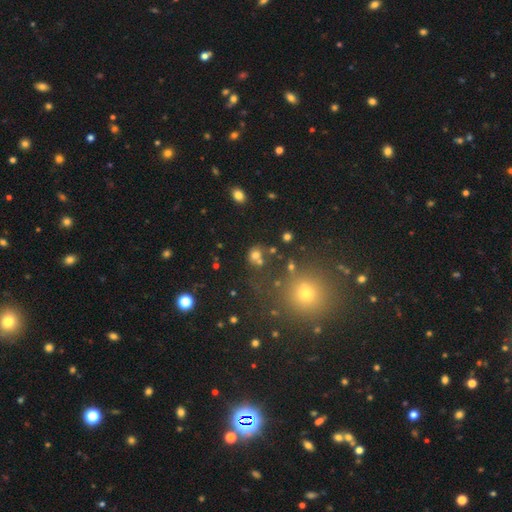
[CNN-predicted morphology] type=smooth (67%); roundness=round (71%); merging=none (54%).